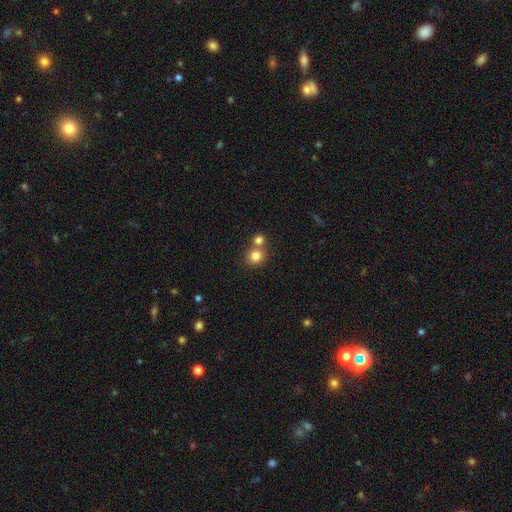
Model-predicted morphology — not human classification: type=smooth (81%); roundness=round (87%); merging=none (55%).